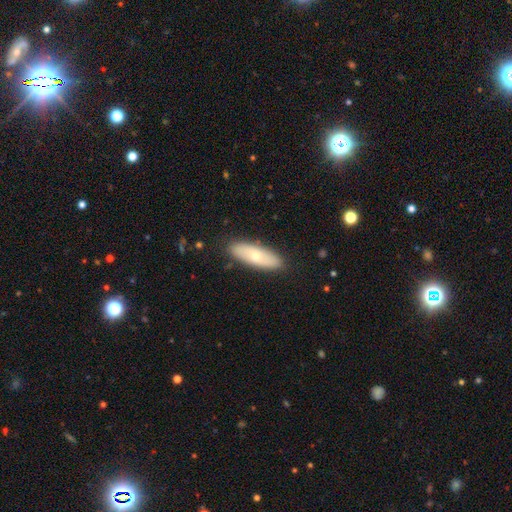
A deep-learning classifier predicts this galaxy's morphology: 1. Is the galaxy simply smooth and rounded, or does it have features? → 67% smooth, 28% featured or disk, 6% star or artifact.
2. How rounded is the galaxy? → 58% in between, 40% cigar-shaped, 2% round.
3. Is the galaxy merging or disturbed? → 87% none, 10% minor disturbance, 2% major disturbance, 1% merger.